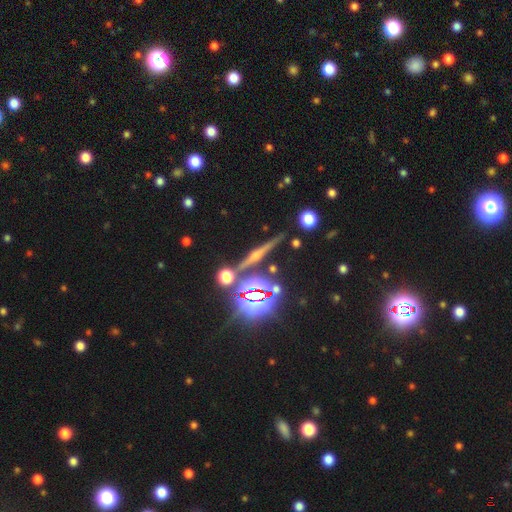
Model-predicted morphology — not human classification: A featured or disk galaxy (58%) viewed edge-on (94%) with a rounded central bulge (88%).

Vote fractions:
- Smooth or featured? featured or disk: 58% / star or artifact: 28% / smooth: 14%
- Edge-on disk? yes: 94% / no: 6%
- Edge-on bulge? rounded: 88% / none: 6% / boxy: 5%
- Merging? none: 87% / minor disturbance: 7% / merger: 4% / major disturbance: 2%